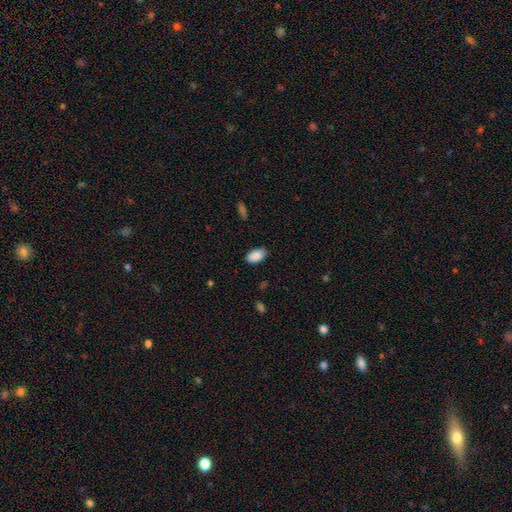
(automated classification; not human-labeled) smooth 90%, star or artifact 7%, featured or disk 4%. Down the decision tree: how rounded — in between (94%); merging — none (83%).